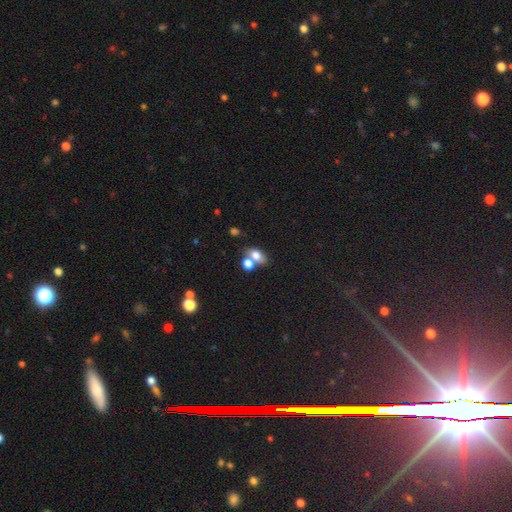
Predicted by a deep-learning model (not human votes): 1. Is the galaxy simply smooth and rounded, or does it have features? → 76% smooth, 14% featured or disk, 10% star or artifact.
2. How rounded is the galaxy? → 80% in between, 17% round, 2% cigar-shaped.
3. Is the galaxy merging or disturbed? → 48% merger, 37% none, 10% minor disturbance, 5% major disturbance.